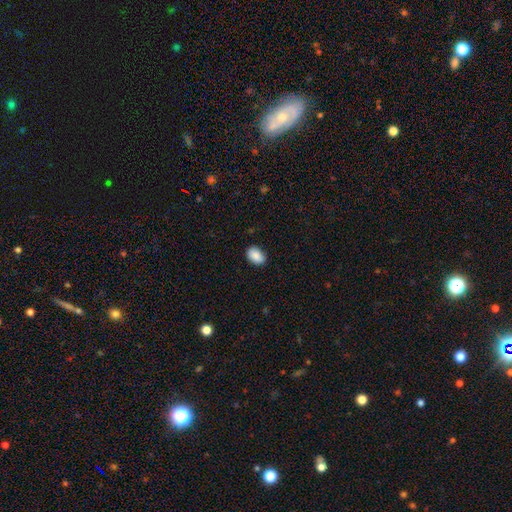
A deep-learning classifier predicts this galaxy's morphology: Q: Smooth or featured?
A: smooth (89%); runner-up: star or artifact (7%)
Q: How rounded?
A: in between (83%); runner-up: round (15%)
Q: Merging?
A: none (83%); runner-up: minor disturbance (14%)